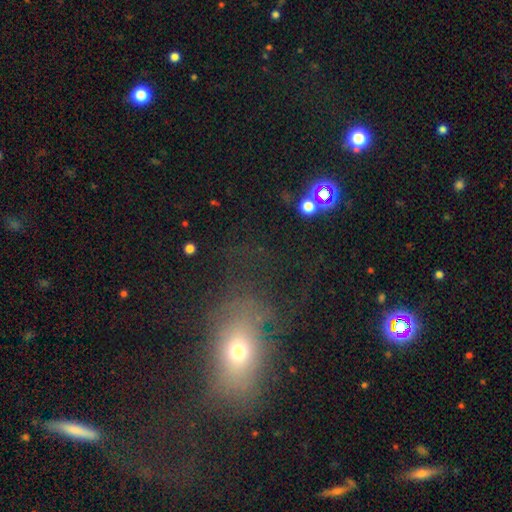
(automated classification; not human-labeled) This is possibly a smooth galaxy (49%). Merging: likely none (61%).